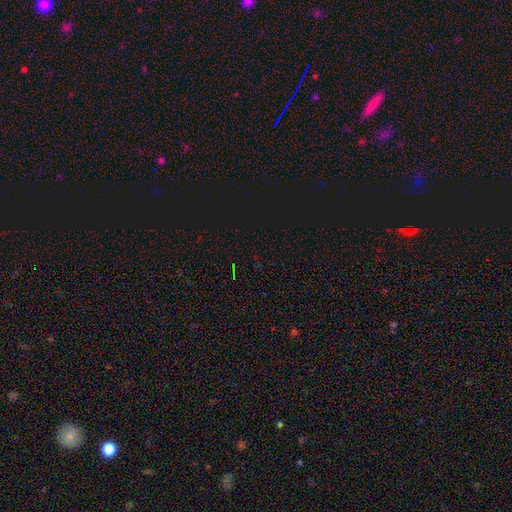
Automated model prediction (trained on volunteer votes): Smooth or featured: star or artifact — 78% (smooth — 14%)